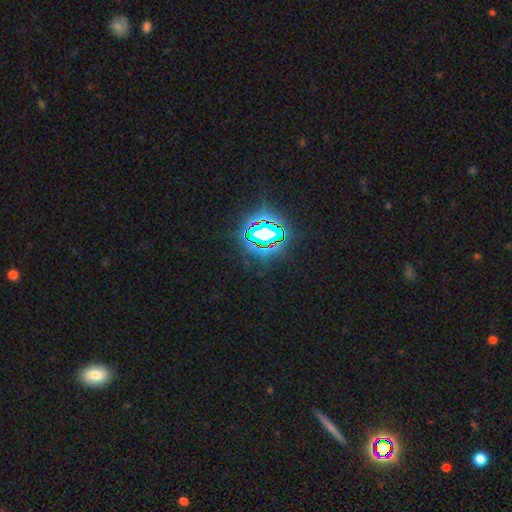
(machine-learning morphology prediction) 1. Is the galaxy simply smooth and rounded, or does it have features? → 81% star or artifact, 12% smooth, 7% featured or disk.